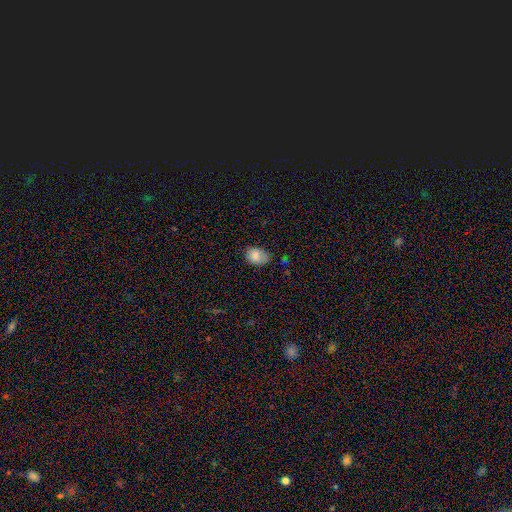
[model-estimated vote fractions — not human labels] The model was most divided on "merging": none: 61%, minor disturbance: 31%, major disturbance: 6%, merger: 3%. More confident: smooth or featured — smooth (83%); how rounded — in between (77%).